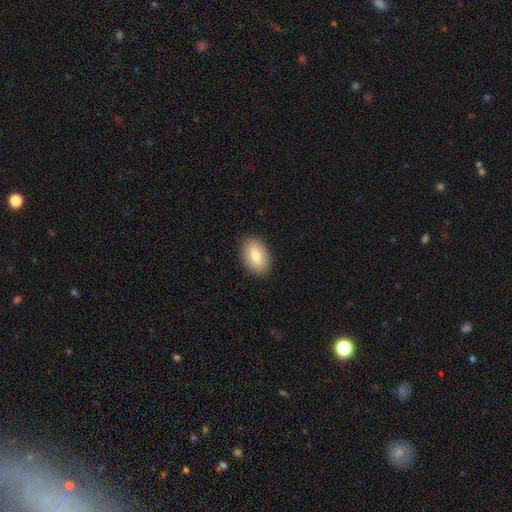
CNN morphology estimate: A smooth galaxy with no disk features (79%) that is in between round and cigar-shaped (90%).

Vote fractions:
- Smooth or featured? smooth: 79% / featured or disk: 15% / star or artifact: 6%
- How rounded? in between: 90% / round: 8% / cigar-shaped: 1%
- Merging? none: 89% / minor disturbance: 8% / major disturbance: 2% / merger: 1%